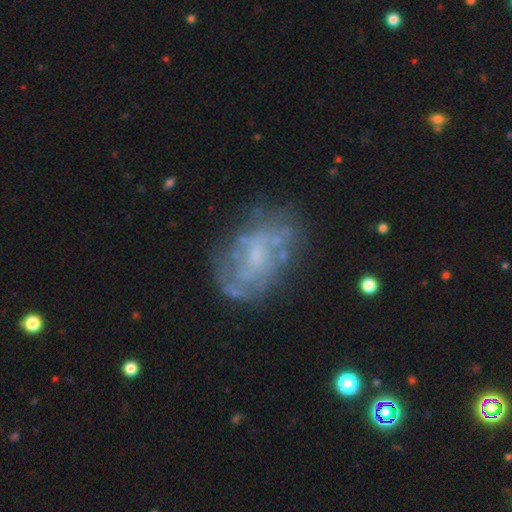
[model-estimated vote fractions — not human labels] Q: Smooth or featured?
A: featured or disk (68%); runner-up: smooth (23%)
Q: Edge-on disk?
A: no (97%); runner-up: yes (3%)
Q: Bar?
A: no (67%); runner-up: weak (28%)
Q: Spiral arms?
A: yes (52%); runner-up: no (48%)
Q: Bulge size?
A: small (45%); runner-up: none (29%)
Q: Merging?
A: none (57%); runner-up: minor disturbance (22%)